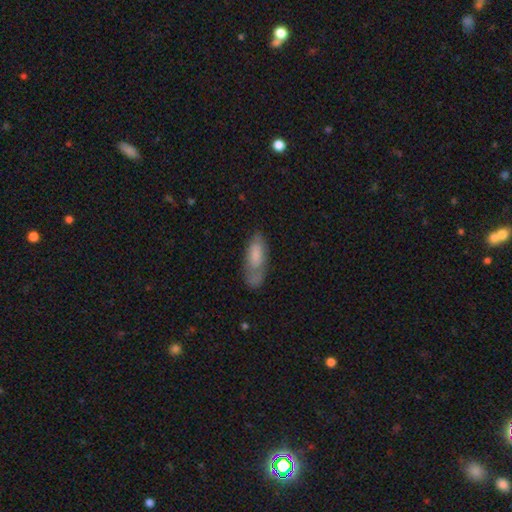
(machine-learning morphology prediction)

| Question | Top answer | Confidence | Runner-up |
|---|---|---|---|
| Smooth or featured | smooth | 66% | featured or disk (27%) |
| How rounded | in between | 70% | cigar-shaped (28%) |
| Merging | none | 53% | minor disturbance (28%) |